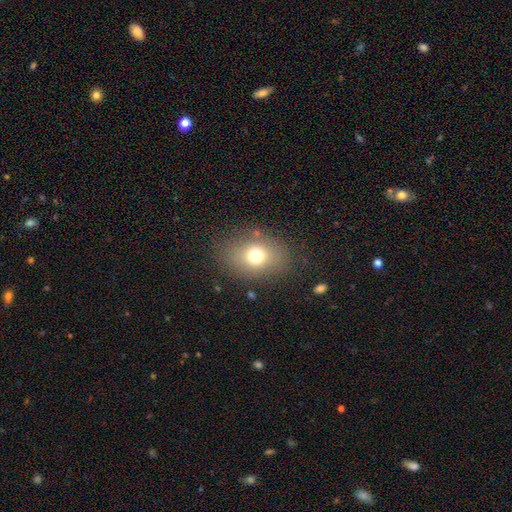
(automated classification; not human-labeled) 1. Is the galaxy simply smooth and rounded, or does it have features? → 72% smooth, 15% featured or disk, 13% star or artifact.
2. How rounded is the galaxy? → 64% in between, 35% round, 1% cigar-shaped.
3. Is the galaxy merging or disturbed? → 80% none, 13% minor disturbance, 6% major disturbance, 2% merger.